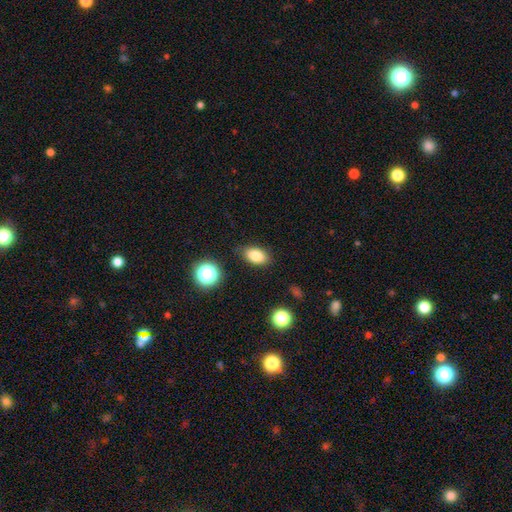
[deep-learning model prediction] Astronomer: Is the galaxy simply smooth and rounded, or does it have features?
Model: smooth — 83%.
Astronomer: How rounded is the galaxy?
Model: in between — 88%.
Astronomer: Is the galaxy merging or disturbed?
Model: none — 85%.